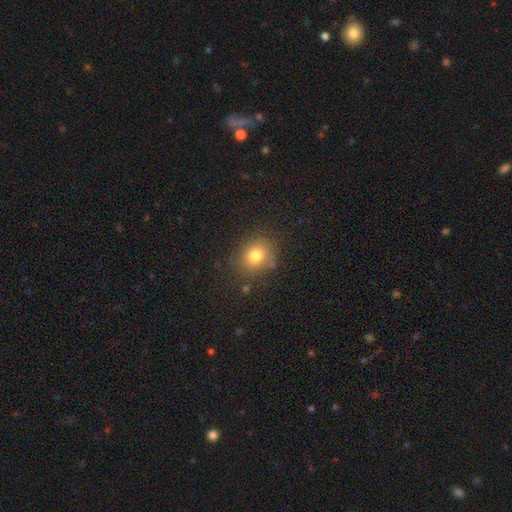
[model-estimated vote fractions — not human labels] smooth_or_featured: smooth (p=0.78) [alt: star or artifact p=0.13]
how_rounded: round (p=0.68) [alt: in between p=0.31]
merging: none (p=0.79) [alt: minor disturbance p=0.13]